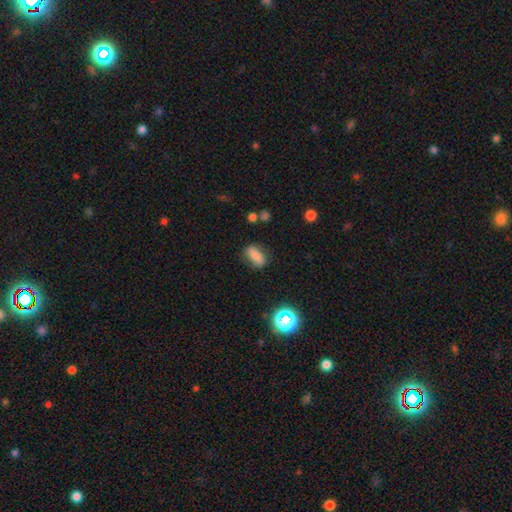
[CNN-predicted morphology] A smooth galaxy with no disk features (79%) that is in between round and cigar-shaped (72%).

Vote fractions:
- Smooth or featured? smooth: 79% / star or artifact: 11% / featured or disk: 10%
- How rounded? in between: 72% / cigar-shaped: 20% / round: 7%
- Merging? none: 78% / minor disturbance: 16% / major disturbance: 5% / merger: 2%